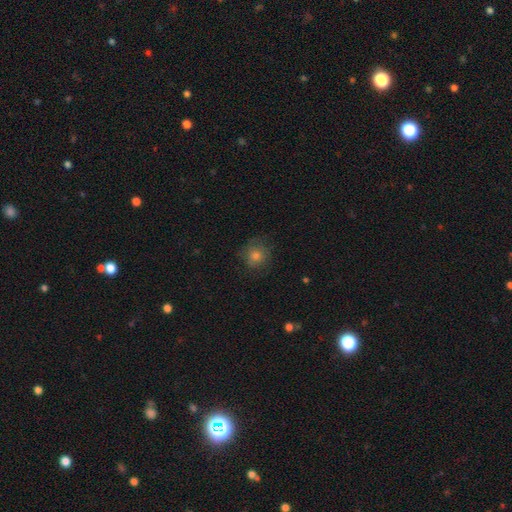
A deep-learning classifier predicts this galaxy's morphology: smooth 67%, star or artifact 17%, featured or disk 16%. Down the decision tree: how rounded — round (87%); merging — none (76%).